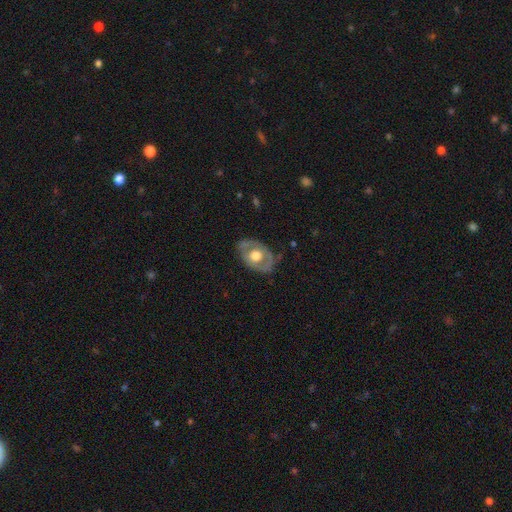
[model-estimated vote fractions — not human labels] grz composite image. It shows a featured or disk galaxy (57%) with no bar (86%), no spiral arms (77%) and a large central bulge (46%, tied with moderate). Merging: none (71%).